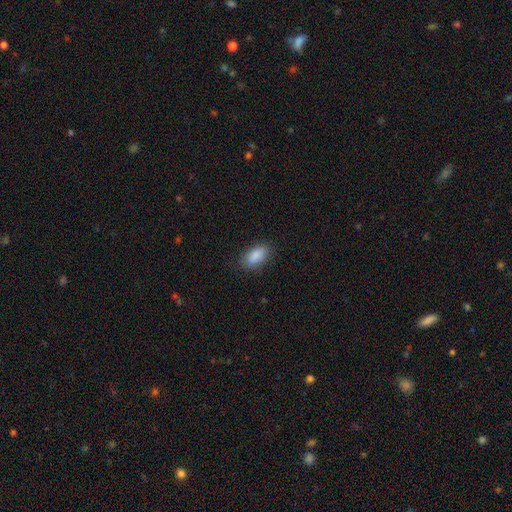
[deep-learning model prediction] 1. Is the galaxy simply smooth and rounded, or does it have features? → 88% smooth, 7% star or artifact, 4% featured or disk.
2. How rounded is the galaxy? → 90% in between, 7% cigar-shaped, 4% round.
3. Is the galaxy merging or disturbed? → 84% none, 12% minor disturbance, 3% major disturbance, 1% merger.